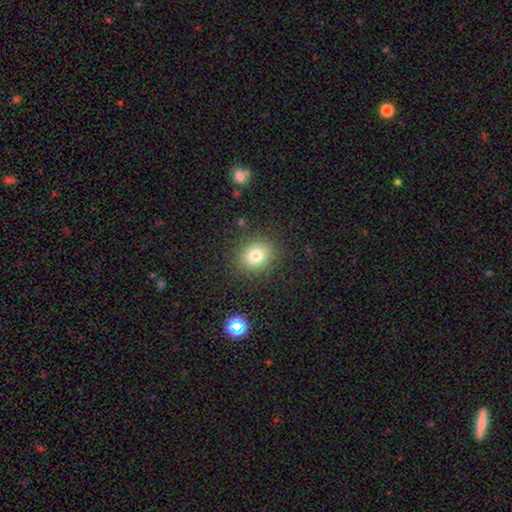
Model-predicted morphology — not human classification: Smooth or featured? smooth (78%)
How rounded? round (72%)
Merging? none (87%)